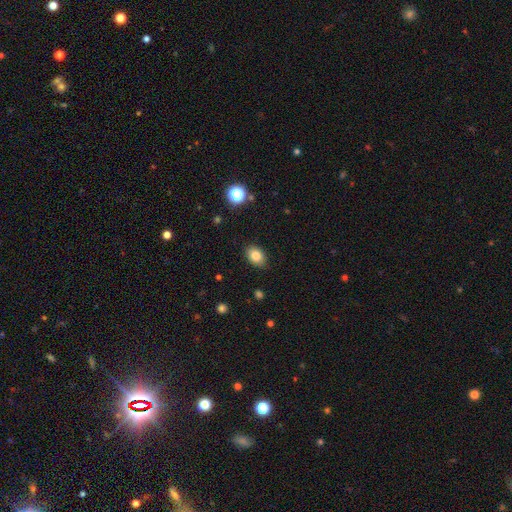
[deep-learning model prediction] Smooth or featured? smooth (83%)
How rounded? in between (75%)
Merging? none (87%)